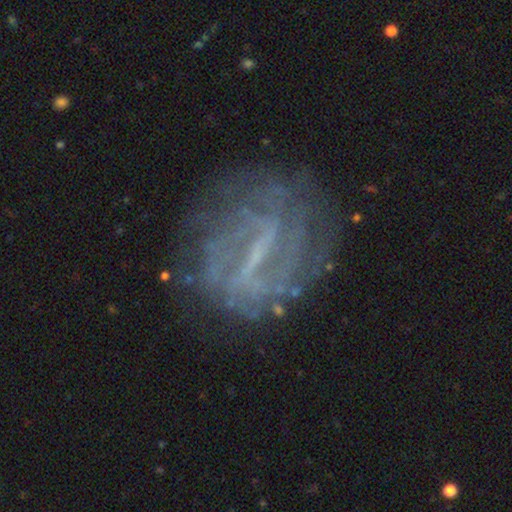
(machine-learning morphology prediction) Smooth or featured? Predicted: featured or disk (p=0.79). Edge-on disk? Predicted: no (p=0.95). Bar? Predicted: strong (p=0.55). Spiral arms? Predicted: yes (p=0.74). Spiral winding? Predicted: tight (p=0.50). Spiral arm count? Predicted: can't tell (p=0.51). Bulge size? Predicted: small (p=0.46). Merging? Predicted: none (p=0.72).